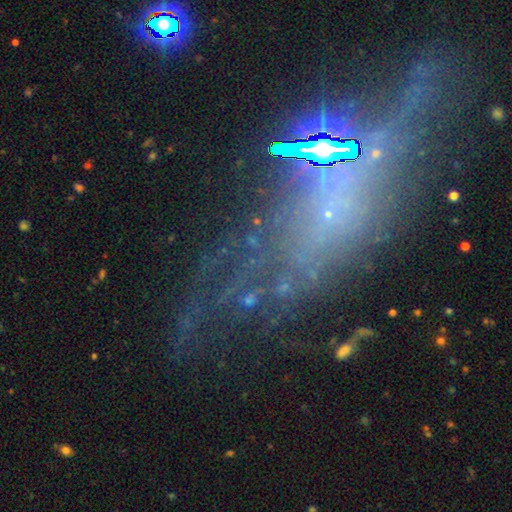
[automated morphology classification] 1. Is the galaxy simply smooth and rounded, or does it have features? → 54% star or artifact, 30% featured or disk, 16% smooth.